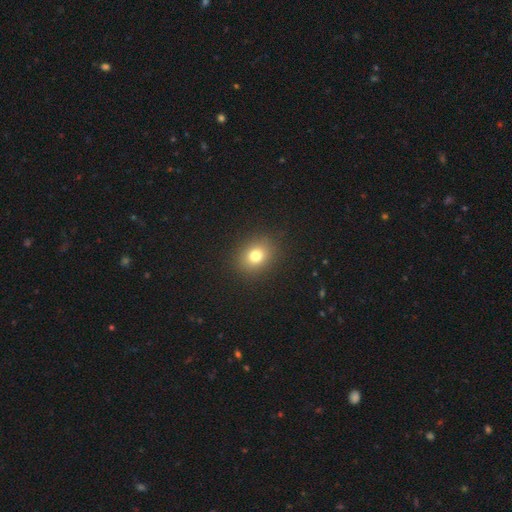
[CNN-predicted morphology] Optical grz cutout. It shows a smooth galaxy with no disk features (77%) that is round (60%). Merging: none (90%).